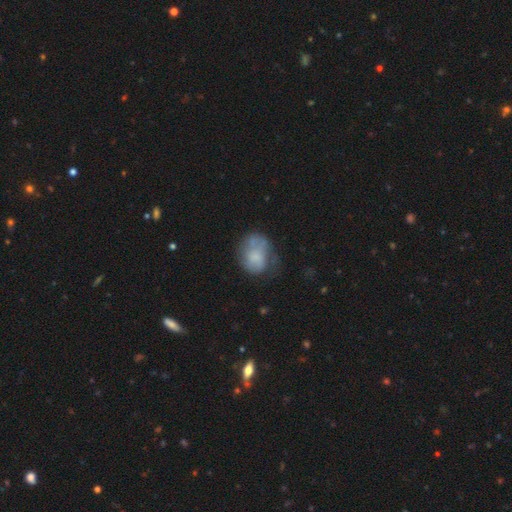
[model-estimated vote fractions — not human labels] A smooth galaxy with no disk features (55%) that is in between round and cigar-shaped (53%).

Vote fractions:
- Smooth or featured? smooth: 55% / featured or disk: 37% / star or artifact: 9%
- How rounded? in between: 53% / round: 46% / cigar-shaped: 1%
- Merging? none: 43% / minor disturbance: 30% / major disturbance: 23% / merger: 4%